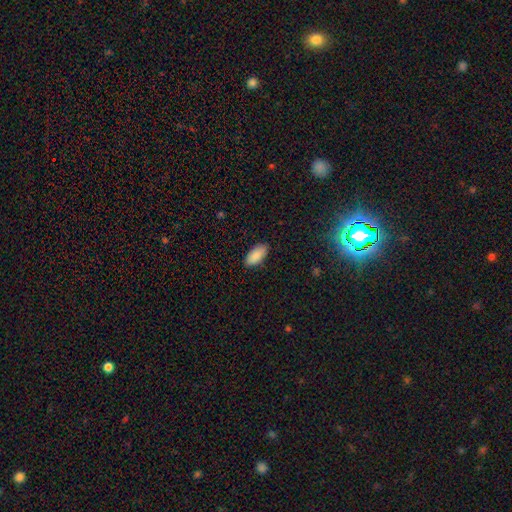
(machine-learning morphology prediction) This is clearly a smooth galaxy (89%). How rounded: clearly in between (91%). Merging: clearly none (87%).